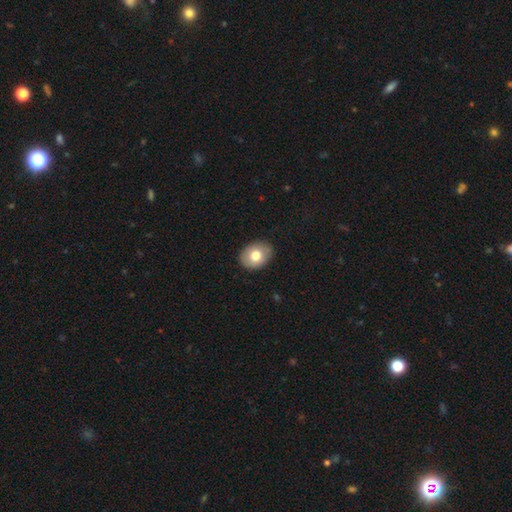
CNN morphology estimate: Smooth or featured: smooth — 76% (featured or disk — 17%)
How rounded: in between — 67% (round — 32%)
Merging: none — 88% (minor disturbance — 9%)